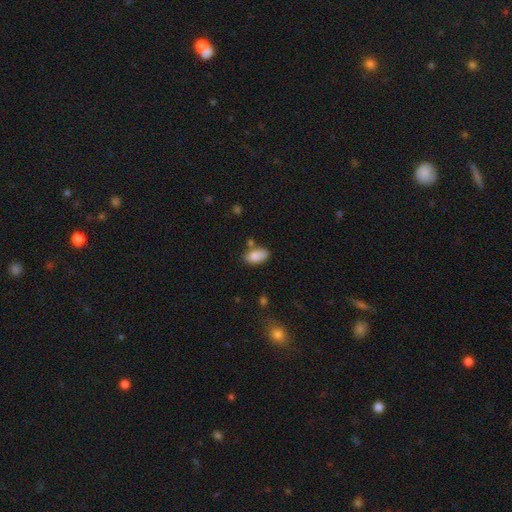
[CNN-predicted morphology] smooth 85%, featured or disk 8%, star or artifact 7%. Down the decision tree: how rounded — in between (93%); merging — none (66%).